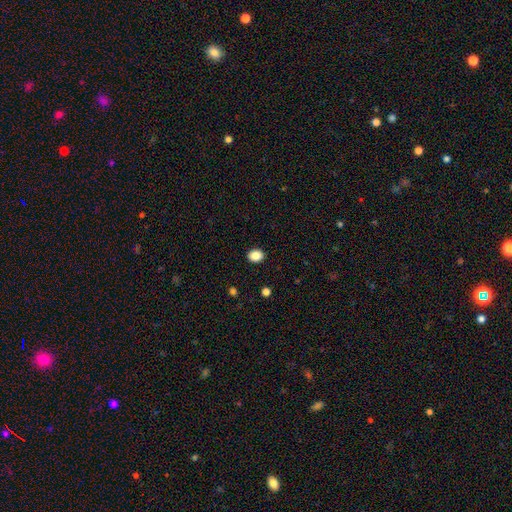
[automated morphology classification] Smooth or featured? Predicted: smooth (p=0.87). How rounded? Predicted: in between (p=0.52). Merging? Predicted: none (p=0.91).